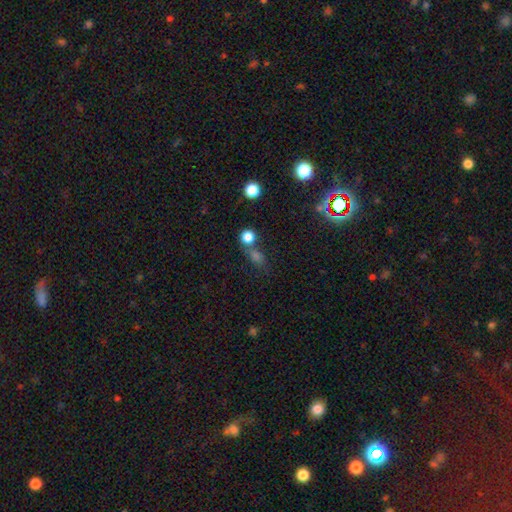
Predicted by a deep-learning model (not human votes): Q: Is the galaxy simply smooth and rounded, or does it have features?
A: smooth — 52%.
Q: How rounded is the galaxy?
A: round — 52%.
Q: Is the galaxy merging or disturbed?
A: none — 56%.